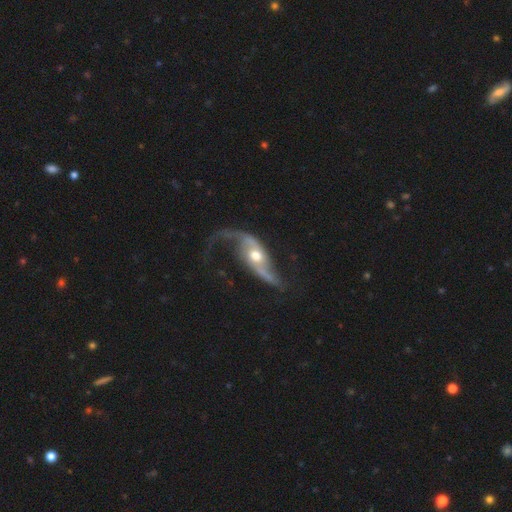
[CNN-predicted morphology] Overall: featured or disk (87%). Edge-on disk: no (91%). Bar: no (58%; weak 28%). Spiral arms: yes (95%). Spiral arm count: 2 (89%). Spiral winding: loose (80%). Bulge size: moderate (72%). Merging: none (53%; major disturbance 24%).